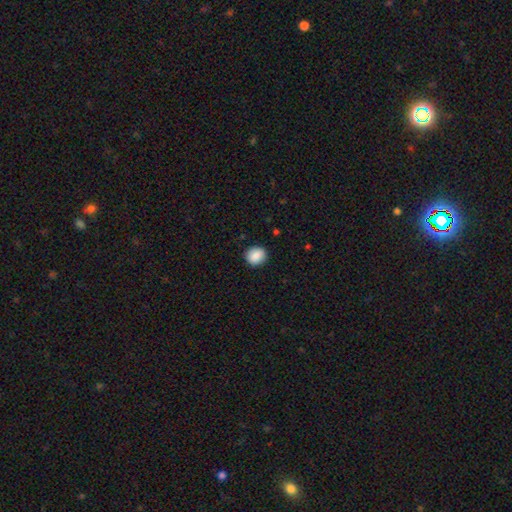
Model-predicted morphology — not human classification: A smooth galaxy with no disk features (89%) that is round (78%). Merging: none (89%).